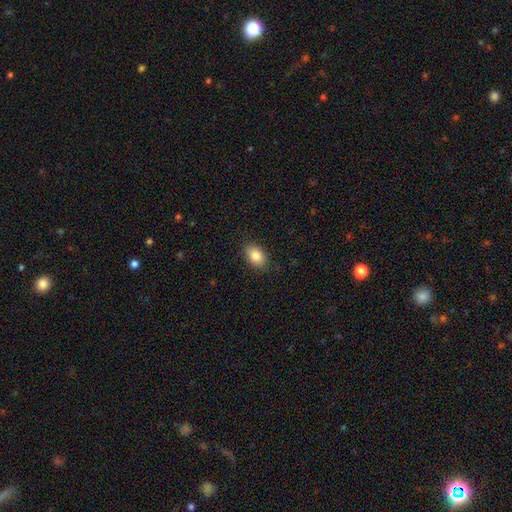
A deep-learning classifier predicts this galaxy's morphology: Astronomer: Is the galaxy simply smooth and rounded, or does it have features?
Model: smooth — 85%.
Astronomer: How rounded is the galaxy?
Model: in between — 85%.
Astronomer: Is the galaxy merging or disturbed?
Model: none — 87%.